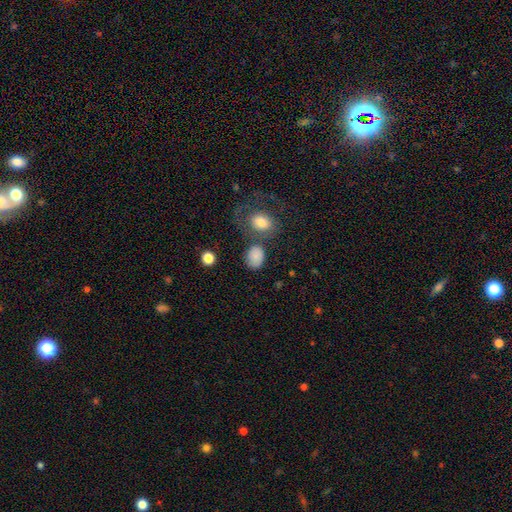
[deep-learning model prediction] Overall: smooth (84%). How rounded: in between (61%; round 38%). Merging: none (63%).